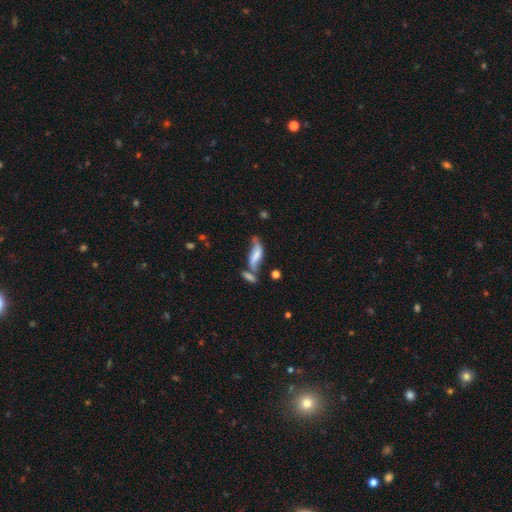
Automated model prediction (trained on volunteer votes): This is possibly a smooth galaxy (45%, tied with featured or disk). Merging: marginally none (35%).